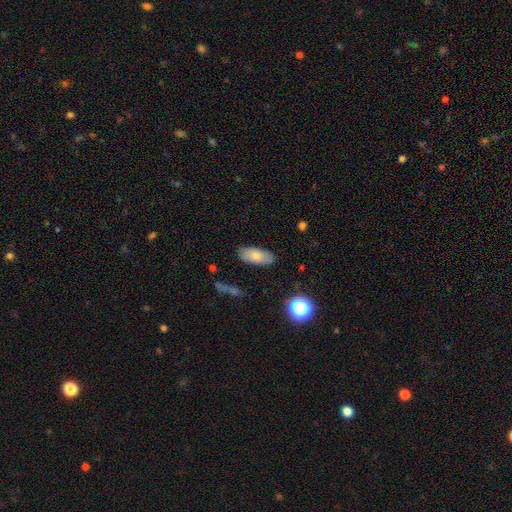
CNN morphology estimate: Smooth or featured: smooth — 79% (featured or disk — 14%)
How rounded: in between — 87% (cigar-shaped — 11%)
Merging: none — 85% (minor disturbance — 11%)